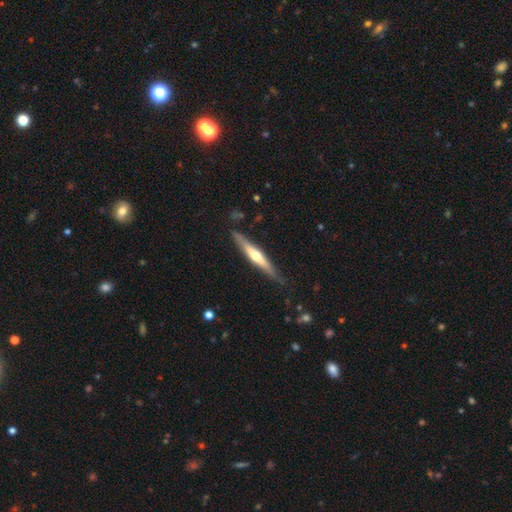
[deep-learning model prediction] Smooth or featured? Predicted: featured or disk (p=0.61). Edge-on disk? Predicted: yes (p=0.95). Edge-on bulge? Predicted: rounded (p=0.82). Merging? Predicted: none (p=0.83).